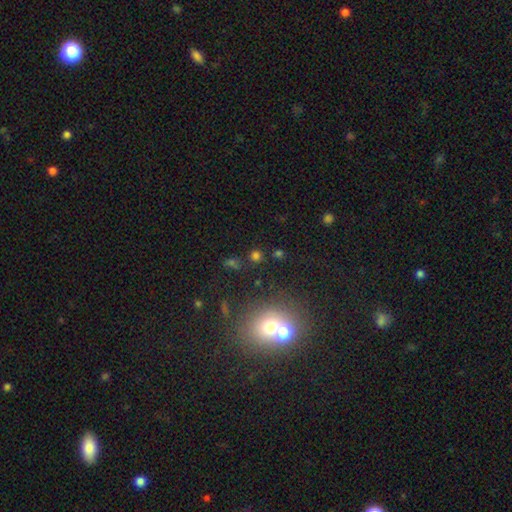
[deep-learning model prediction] Morphology: type=smooth (63%); roundness=round (86%); merging=none (78%).